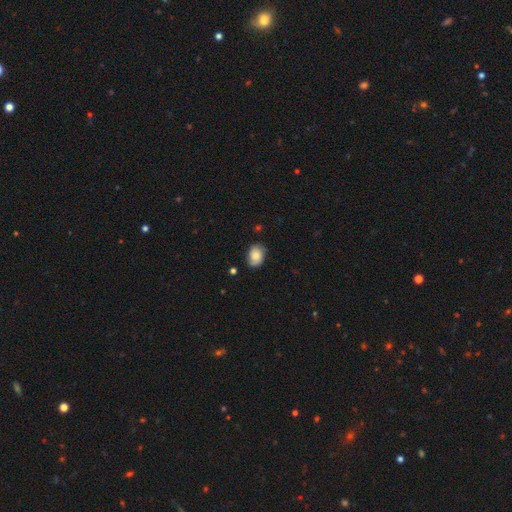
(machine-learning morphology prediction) smooth-or-featured: smooth: 73% | featured or disk: 18% | star or artifact: 8%
  how-rounded: in between: 72% | round: 27% | cigar-shaped: 1%
  merging: none: 73% | minor disturbance: 21% | major disturbance: 4% | merger: 2%